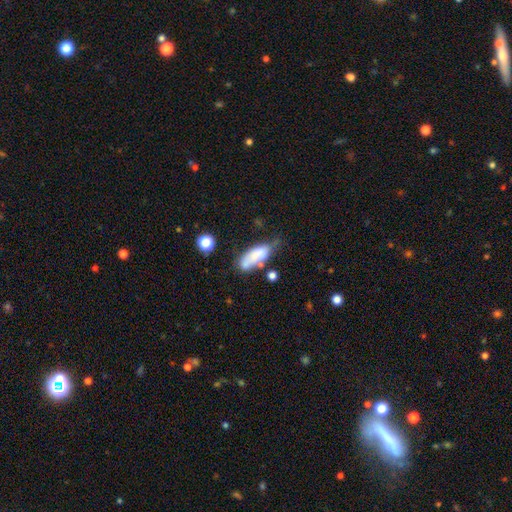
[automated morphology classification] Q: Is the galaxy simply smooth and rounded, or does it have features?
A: smooth — 67%.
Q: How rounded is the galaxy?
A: in between — 76%.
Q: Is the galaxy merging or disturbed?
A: none — 36%.